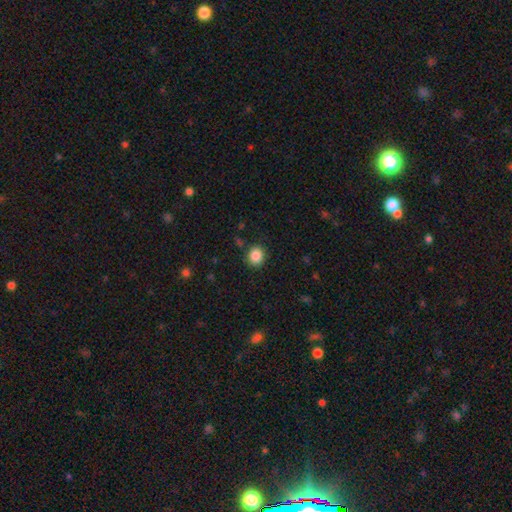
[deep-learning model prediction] Smooth or featured? smooth (87%)
How rounded? round (78%)
Merging? none (87%)